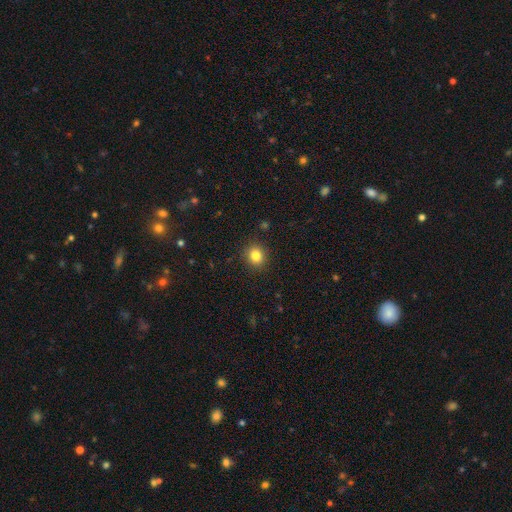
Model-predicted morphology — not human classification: smooth 83%, star or artifact 11%, featured or disk 6%. Down the decision tree: how rounded — round (82%); merging — none (90%).